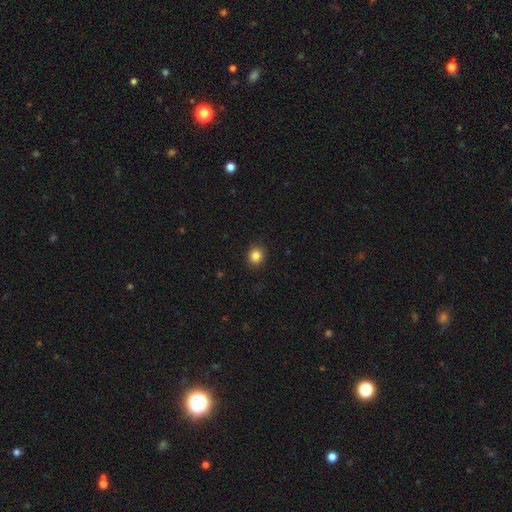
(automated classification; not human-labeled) Smooth or featured?
  - smooth: 85% *
  - star or artifact: 11%
  - featured or disk: 5%
How rounded?
  - round: 78% *
  - in between: 21%
  - cigar-shaped: 1%
Merging?
  - none: 91% *
  - minor disturbance: 6%
  - major disturbance: 2%
  - merger: 1%